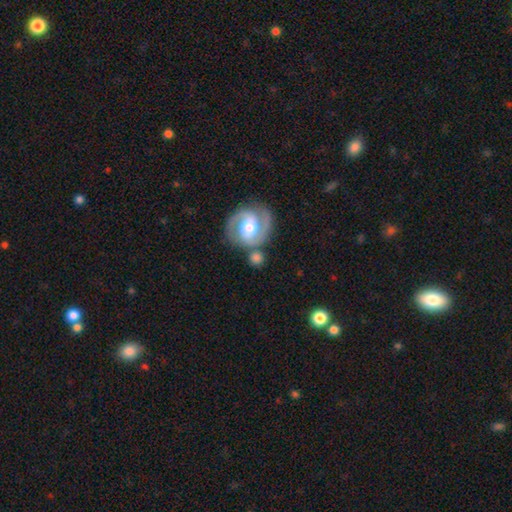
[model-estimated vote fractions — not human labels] Smooth or featured? Predicted: featured or disk (p=0.75). Edge-on disk? Predicted: no (p=0.97). Bar? Predicted: weak (p=0.43). Spiral arms? Predicted: yes (p=0.92). Spiral winding? Predicted: medium (p=0.48). Spiral arm count? Predicted: 2 (p=0.89). Bulge size? Predicted: moderate (p=0.71). Merging? Predicted: none (p=0.72).